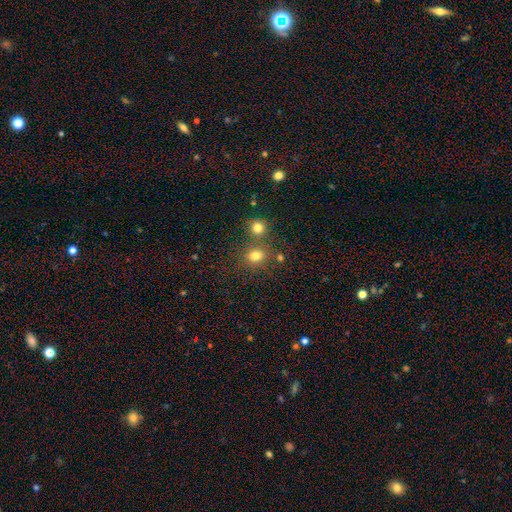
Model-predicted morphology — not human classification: Smooth or featured? smooth (76%)
How rounded? round (73%)
Merging? none (65%)